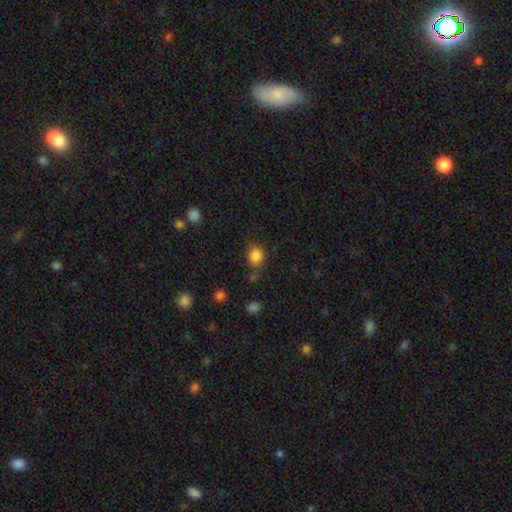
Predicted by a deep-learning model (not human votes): Smooth or featured: smooth — 85% (star or artifact — 11%)
How rounded: round — 73% (in between — 26%)
Merging: none — 72% (minor disturbance — 17%)